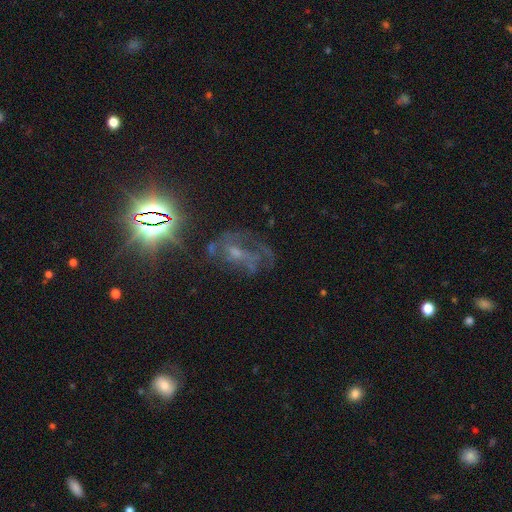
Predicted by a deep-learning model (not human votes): This is possibly a featured or disk galaxy (52%). It is clearly not viewed edge-on (95%). Merging: marginally none (39%).